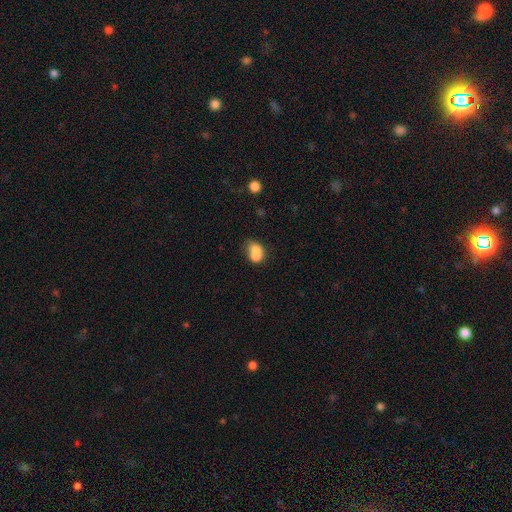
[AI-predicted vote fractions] Smooth or featured: smooth — 69% (featured or disk — 20%)
How rounded: round — 51% (in between — 48%)
Merging: merger — 61% (none — 24%)